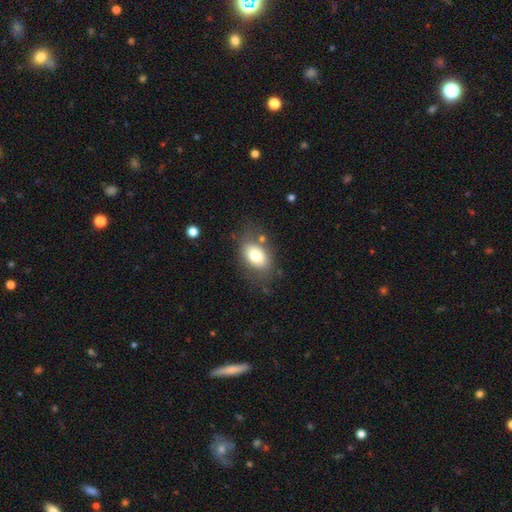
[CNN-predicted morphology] Overall: smooth (72%). How rounded: in between (83%). Merging: none (69%).